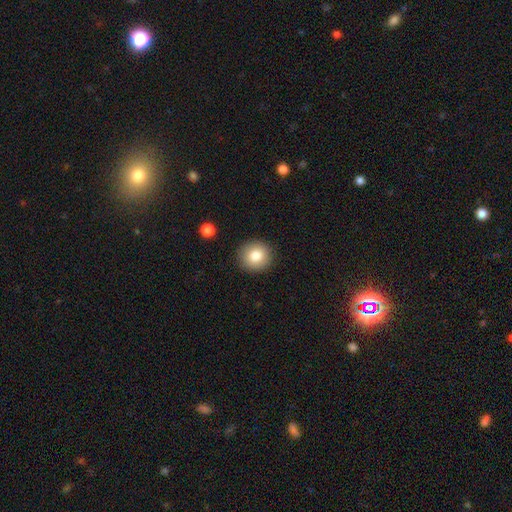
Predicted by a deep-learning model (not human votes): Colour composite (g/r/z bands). It shows a smooth galaxy with no disk features (82%) that is round (91%). Merging: none (90%).